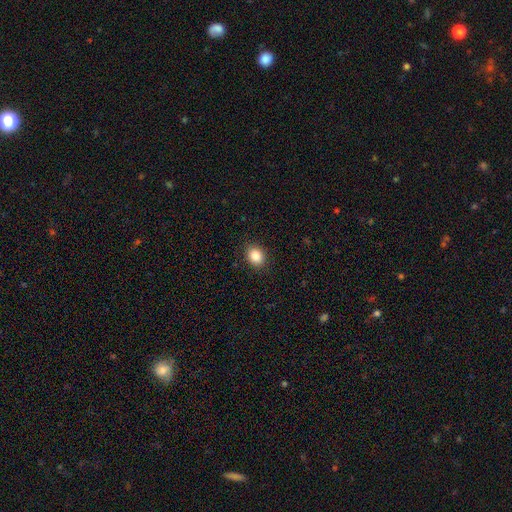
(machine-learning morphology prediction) The model was most divided on "how rounded": round: 50%, in between: 49%, cigar-shaped: 1%. More confident: merging — none (89%); smooth or featured — smooth (87%).